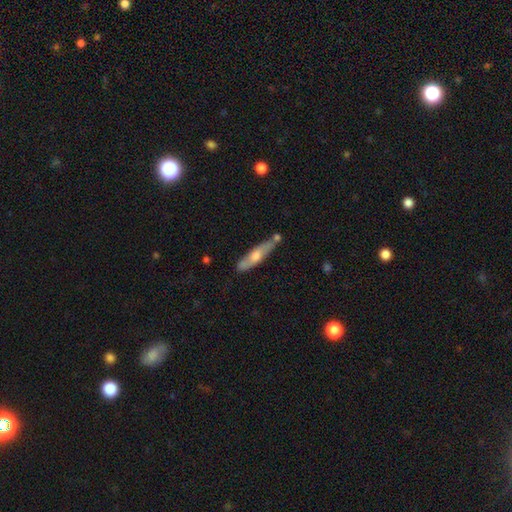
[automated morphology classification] Smooth or featured: featured or disk — 50% (smooth — 44%)
Edge-on disk: yes — 68% (no — 32%)
Merging: none — 68% (minor disturbance — 18%)